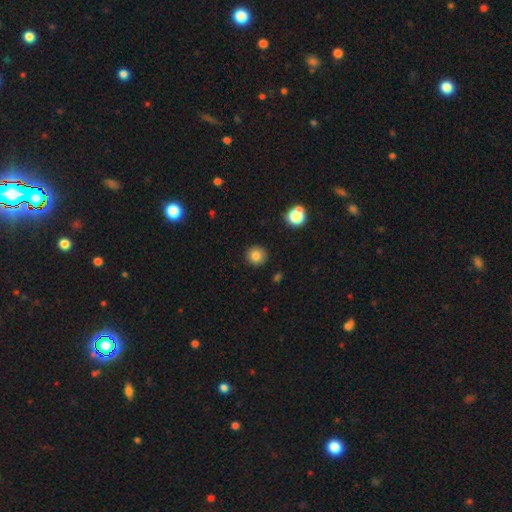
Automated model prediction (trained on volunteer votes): Smooth or featured? Predicted: smooth (p=0.81). How rounded? Predicted: round (p=0.93). Merging? Predicted: none (p=0.90).